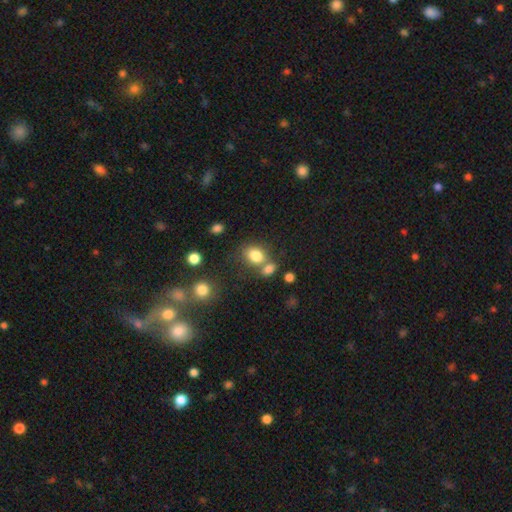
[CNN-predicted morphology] smooth 81%, star or artifact 11%, featured or disk 8%. Down the decision tree: how rounded — in between (59%); merging — none (50%).